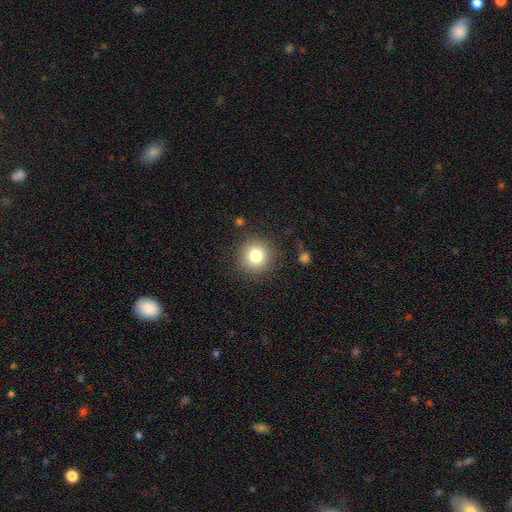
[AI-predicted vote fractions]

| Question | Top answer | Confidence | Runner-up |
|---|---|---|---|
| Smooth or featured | smooth | 80% | star or artifact (11%) |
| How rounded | round | 93% | in between (6%) |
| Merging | none | 88% | minor disturbance (7%) |